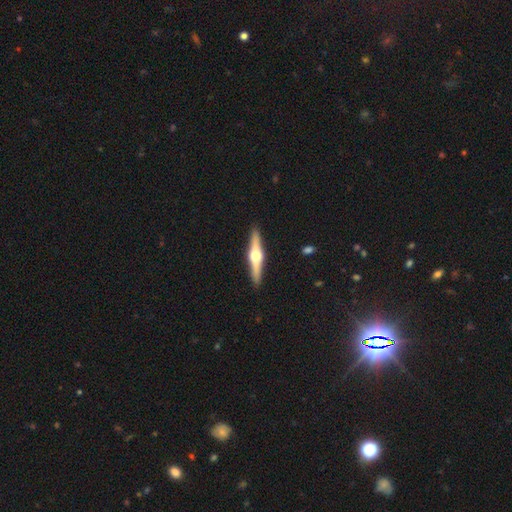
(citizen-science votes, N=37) featured or disk 70%, smooth 27%, star or artifact 3%. Down the decision tree: edge-on disk — yes (100%); edge-on bulge — rounded (88%); merging — none (89%).